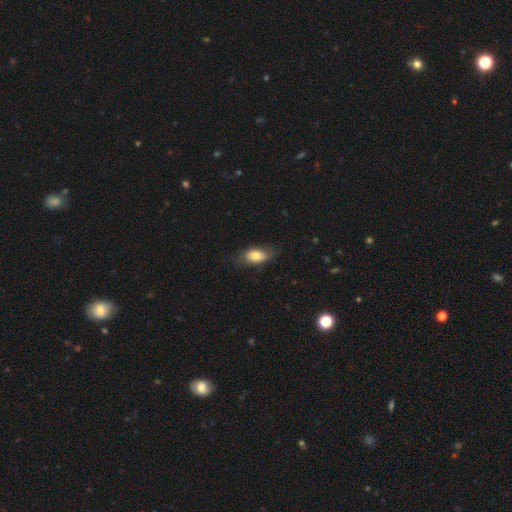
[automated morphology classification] A smooth galaxy with no disk features (78%) that is in between round and cigar-shaped (87%).

Vote fractions:
- Smooth or featured? smooth: 78% / featured or disk: 15% / star or artifact: 7%
- How rounded? in between: 87% / round: 7% / cigar-shaped: 6%
- Merging? none: 73% / minor disturbance: 20% / major disturbance: 6% / merger: 1%